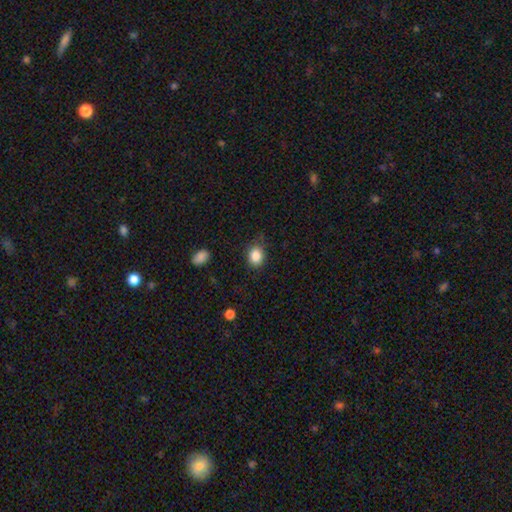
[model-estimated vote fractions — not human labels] A smooth galaxy with no disk features (86%) that is round (53%). Merging: none (74%).